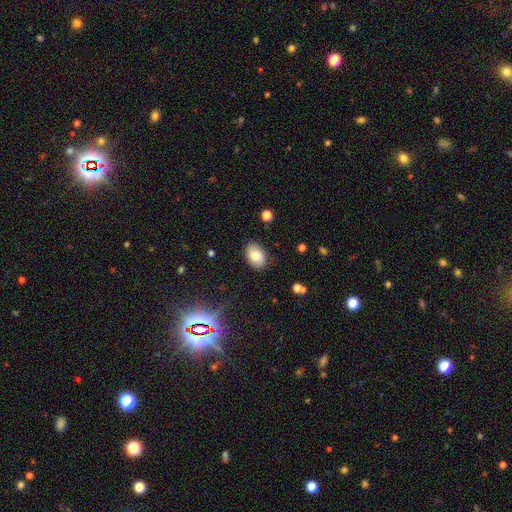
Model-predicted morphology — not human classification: This is likely a smooth galaxy (79%). How rounded: clearly in between (85%). Merging: clearly none (85%).